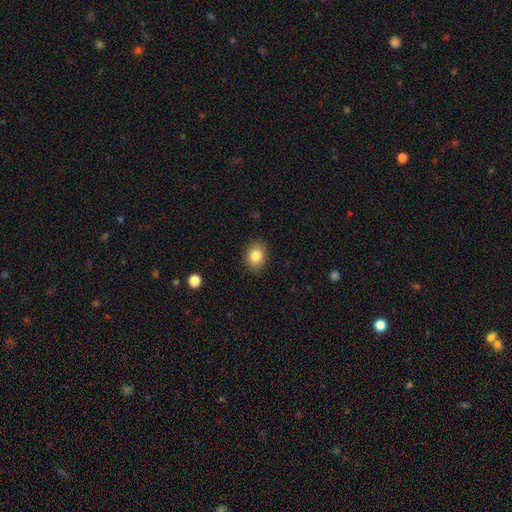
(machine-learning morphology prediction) This is clearly a smooth galaxy (83%). How rounded: possibly round (53%). Merging: clearly none (88%).